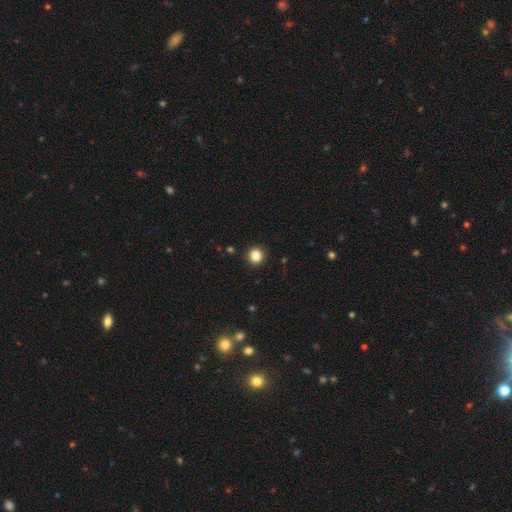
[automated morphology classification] The model was most divided on "smooth or featured": smooth: 85%, star or artifact: 11%, featured or disk: 4%. More confident: how rounded — round (93%); merging — none (92%).